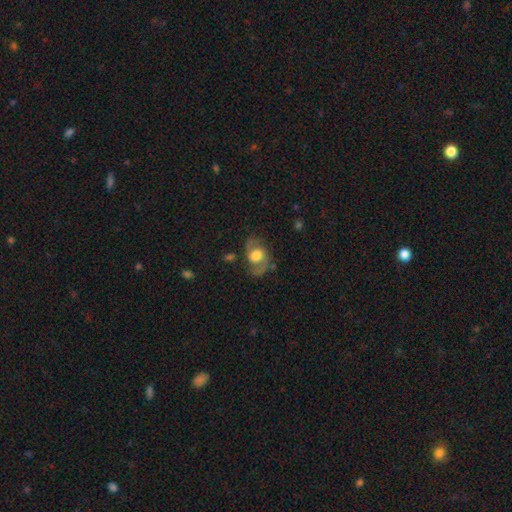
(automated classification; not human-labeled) Morphology: type=featured or disk (67%); edge-on=no (96%); bar=no (59%); spiral arms=yes (83%); winding=medium (50%); arm count=2 (87%); bulge=large (44%); merging=none (70%).